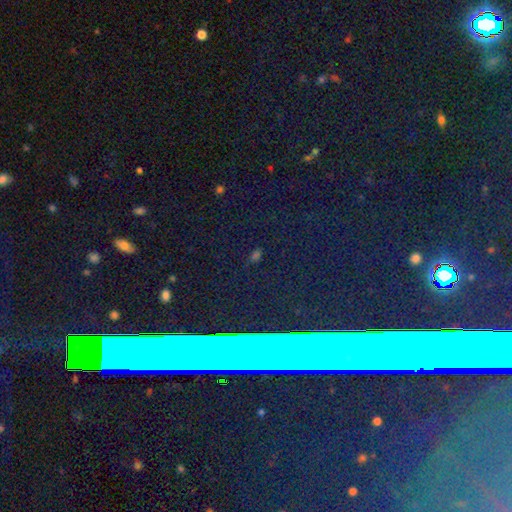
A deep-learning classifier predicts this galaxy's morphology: This appears to be a star or artifact, not a galaxy (67%).